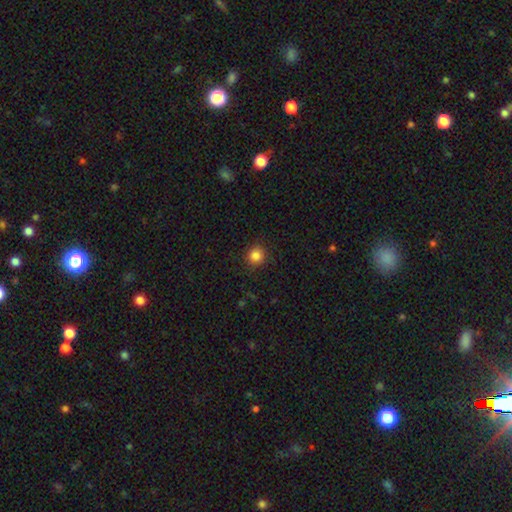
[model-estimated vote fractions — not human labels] Smooth or featured? Predicted: smooth (p=0.84). How rounded? Predicted: round (p=0.91). Merging? Predicted: none (p=0.88).